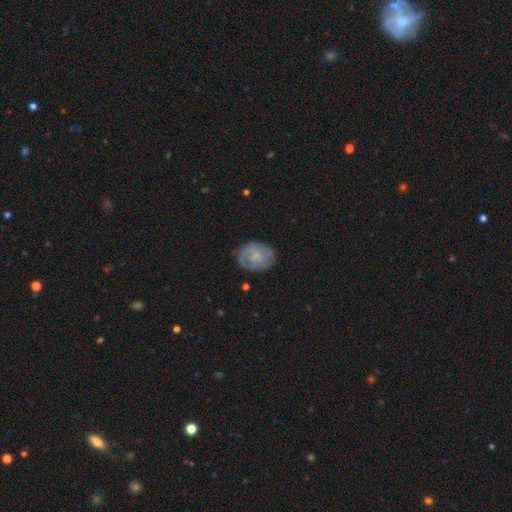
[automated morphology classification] smooth_or_featured: featured or disk (p=0.47) [alt: smooth p=0.46]
merging: none (p=0.68) [alt: minor disturbance p=0.22]